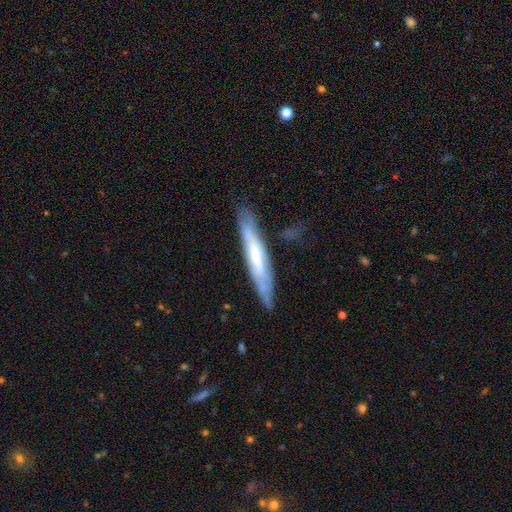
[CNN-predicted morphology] smooth-or-featured: featured or disk: 59% | smooth: 35% | star or artifact: 6%
  disk-edge-on: yes: 70% | no: 30%
  merging: none: 78% | minor disturbance: 16% | major disturbance: 4% | merger: 2%